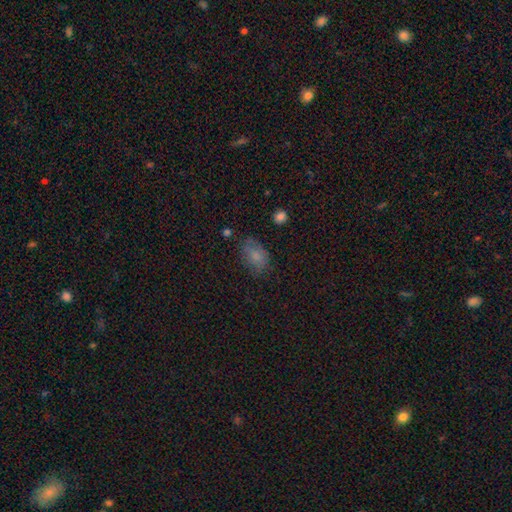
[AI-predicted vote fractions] Smooth or featured?
  - smooth: 76% *
  - featured or disk: 14%
  - star or artifact: 11%
How rounded?
  - in between: 85% *
  - round: 13%
  - cigar-shaped: 2%
Merging?
  - none: 64% *
  - minor disturbance: 25%
  - major disturbance: 9%
  - merger: 2%